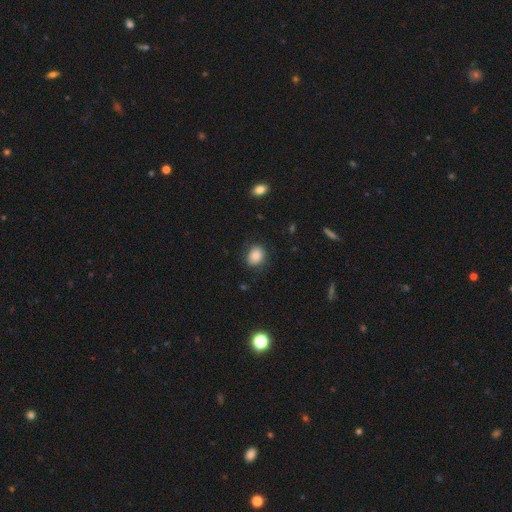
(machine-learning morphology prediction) Smooth or featured: smooth — 86% (star or artifact — 8%)
How rounded: in between — 51% (round — 48%)
Merging: none — 79% (minor disturbance — 15%)